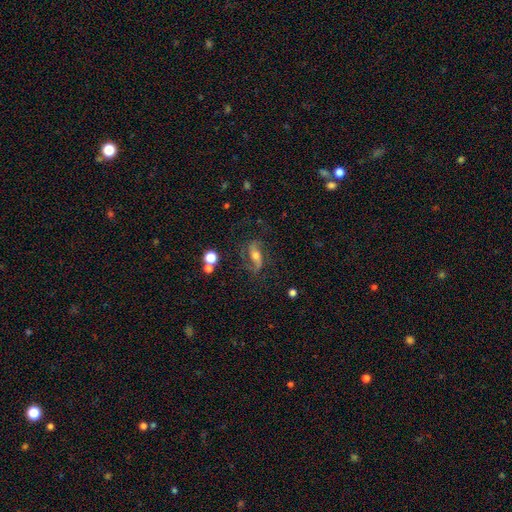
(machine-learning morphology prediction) Smooth or featured? Predicted: featured or disk (p=0.74). Edge-on disk? Predicted: no (p=0.90). Bar? Predicted: weak (p=0.35). Spiral arms? Predicted: yes (p=0.92). Spiral winding? Predicted: loose (p=0.46). Spiral arm count? Predicted: 2 (p=0.85). Bulge size? Predicted: moderate (p=0.60). Merging? Predicted: none (p=0.65).